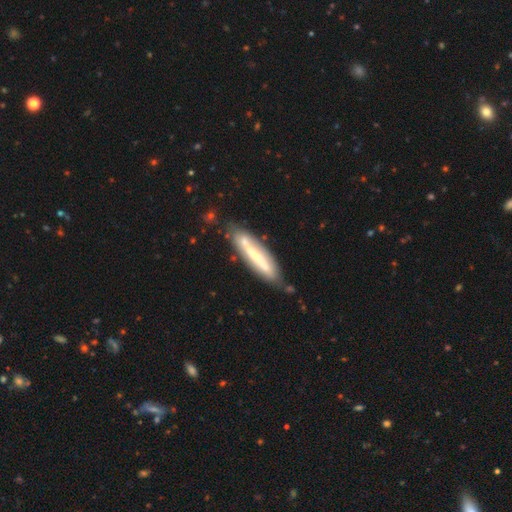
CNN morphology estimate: featured or disk 53%, smooth 40%, star or artifact 7%. Down the decision tree: edge-on disk — yes (58%); merging — none (72%).